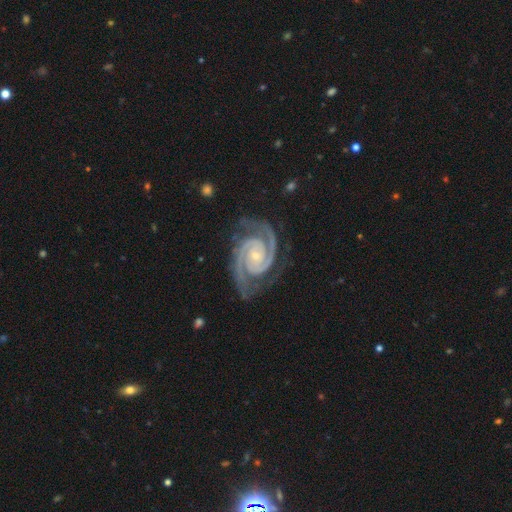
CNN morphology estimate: type=featured or disk (94%); edge-on=no (98%); bar=no (68%); spiral arms=yes (99%); winding=tight (69%); arm count=2 (89%); bulge=small (77%); merging=none (79%).